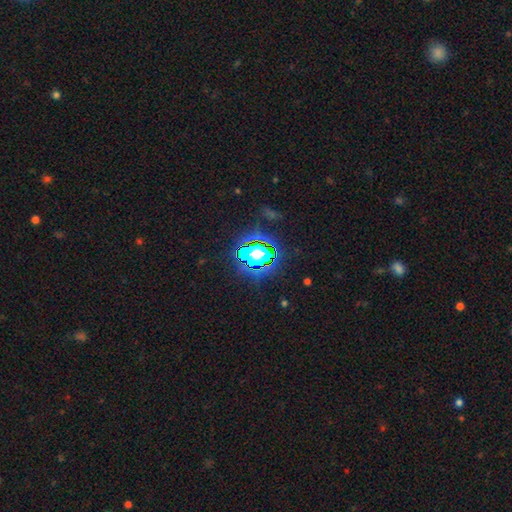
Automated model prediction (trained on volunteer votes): Smooth or featured? Predicted: star or artifact (p=0.79).